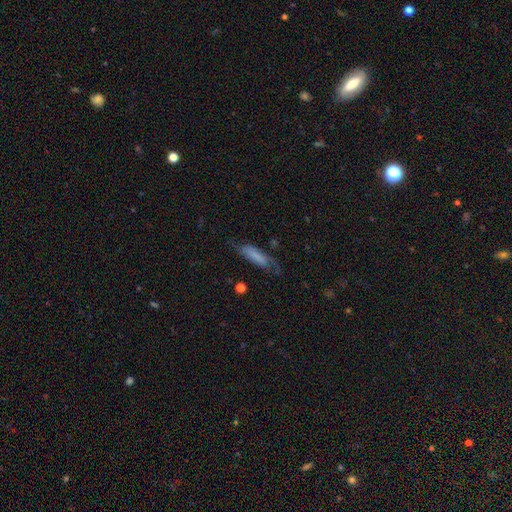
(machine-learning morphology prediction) smooth-or-featured: smooth: 54% | featured or disk: 37% | star or artifact: 8%
  how-rounded: cigar-shaped: 53% | in between: 45% | round: 3%
  merging: none: 52% | minor disturbance: 27% | major disturbance: 18% | merger: 3%